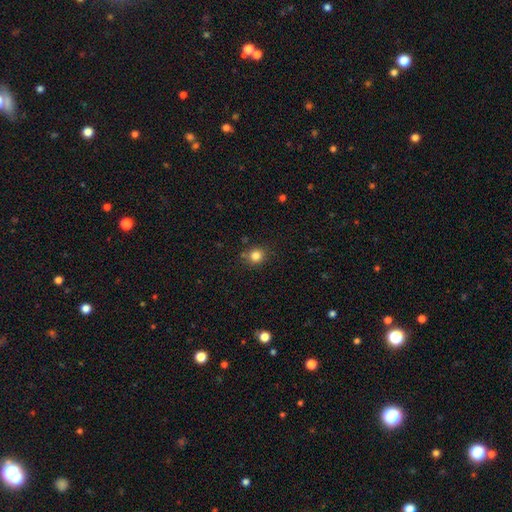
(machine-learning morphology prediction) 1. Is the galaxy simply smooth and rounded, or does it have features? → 82% smooth, 12% star or artifact, 6% featured or disk.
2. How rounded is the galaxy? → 85% round, 14% in between, 1% cigar-shaped.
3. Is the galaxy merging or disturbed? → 80% none, 11% minor disturbance, 5% merger, 3% major disturbance.